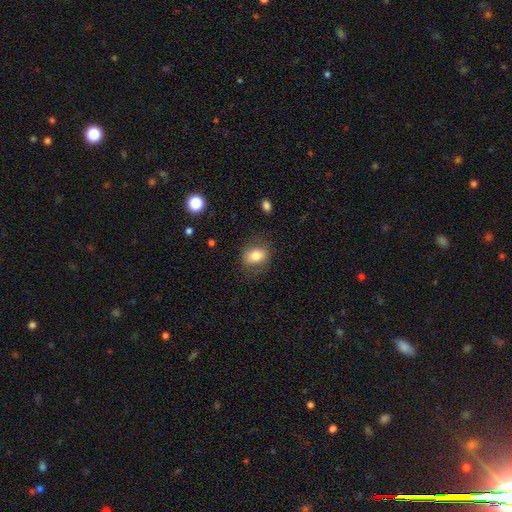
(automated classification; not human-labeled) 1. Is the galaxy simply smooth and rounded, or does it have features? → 76% smooth, 15% featured or disk, 9% star or artifact.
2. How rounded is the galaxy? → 66% in between, 32% round, 2% cigar-shaped.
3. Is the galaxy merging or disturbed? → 77% none, 15% minor disturbance, 6% major disturbance, 1% merger.